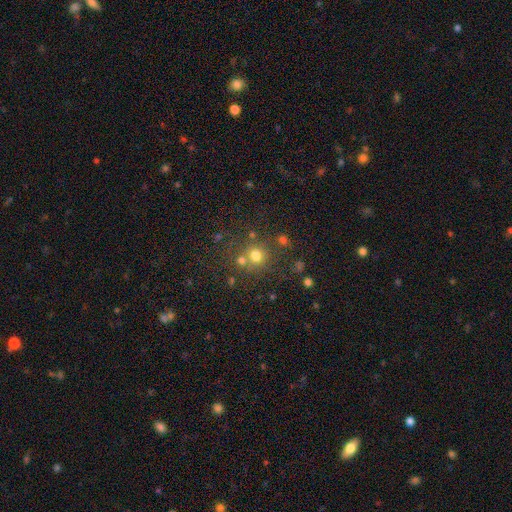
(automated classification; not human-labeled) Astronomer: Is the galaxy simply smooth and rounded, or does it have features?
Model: smooth — 71%.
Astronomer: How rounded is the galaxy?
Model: round — 89%.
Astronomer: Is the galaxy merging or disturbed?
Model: none — 66%.